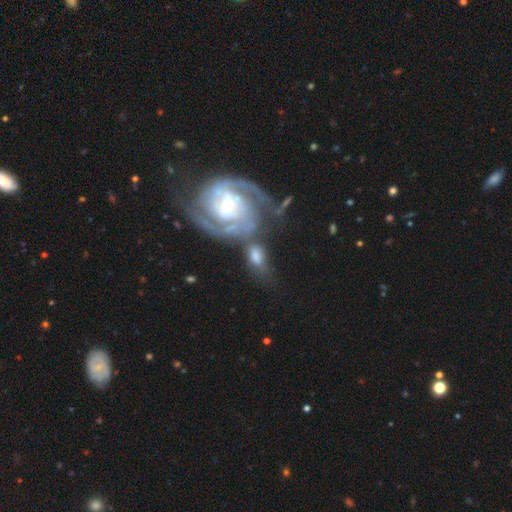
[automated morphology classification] Smooth or featured? Predicted: featured or disk (p=0.64). Edge-on disk? Predicted: no (p=0.95). Bar? Predicted: no (p=0.45). Spiral arms? Predicted: yes (p=0.88). Spiral winding? Predicted: tight (p=0.49). Spiral arm count? Predicted: 2 (p=0.49). Bulge size? Predicted: small (p=0.50). Merging? Predicted: none (p=0.40).